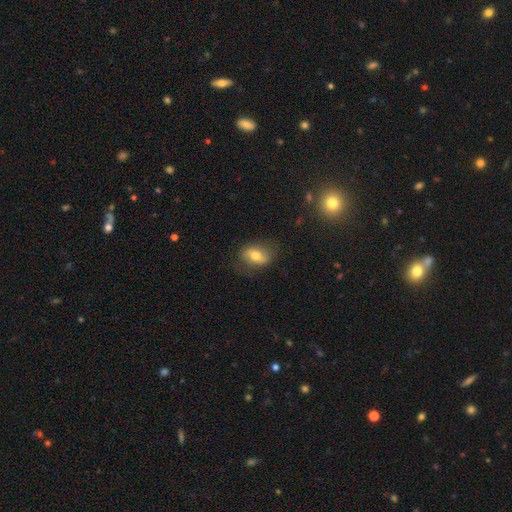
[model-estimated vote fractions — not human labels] This appears to be a smooth galaxy with no disk features (59%) that is in between round and cigar-shaped (79%). Merging: none (71%).